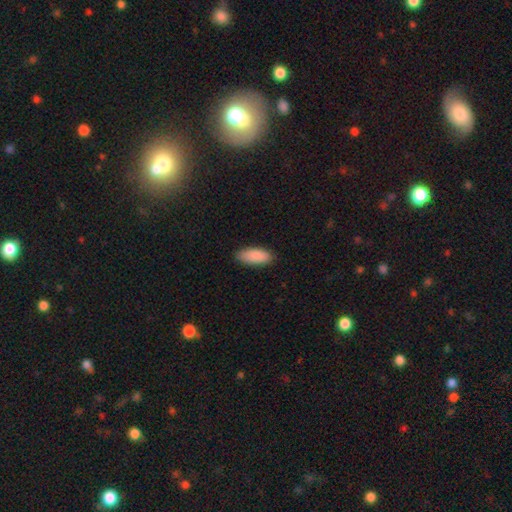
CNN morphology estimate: type=smooth (90%); roundness=in between (81%); merging=none (86%).